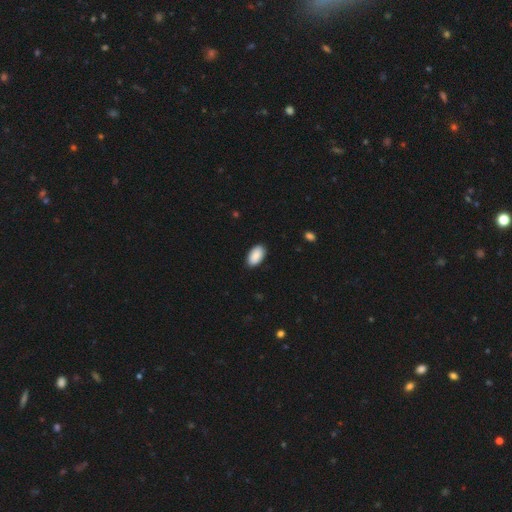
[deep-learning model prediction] Smooth or featured: smooth — 90% (star or artifact — 6%)
How rounded: in between — 96% (round — 3%)
Merging: none — 89% (minor disturbance — 9%)